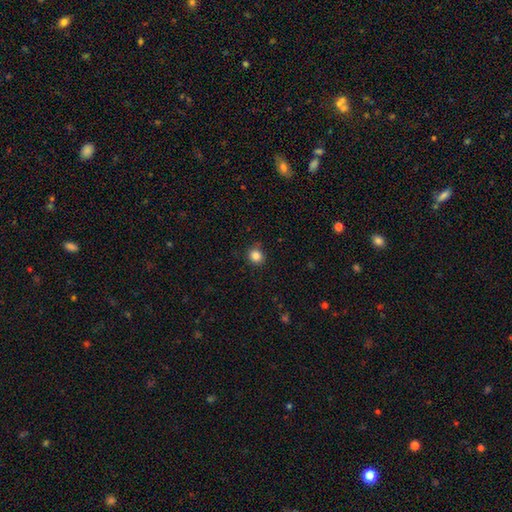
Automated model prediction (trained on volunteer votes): Smooth or featured? Predicted: smooth (p=0.85). How rounded? Predicted: round (p=0.87). Merging? Predicted: none (p=0.88).